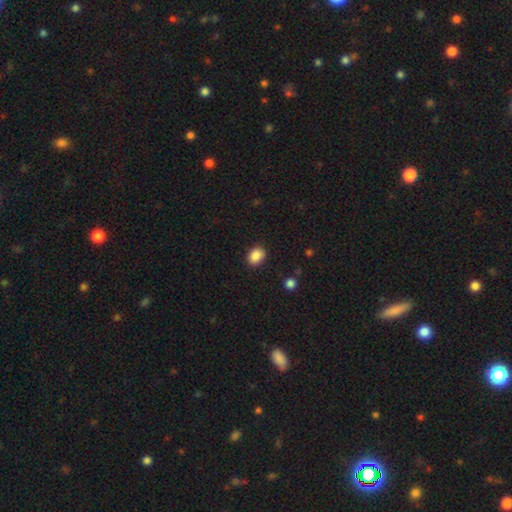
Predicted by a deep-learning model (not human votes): smooth_or_featured: smooth (p=0.88) [alt: star or artifact p=0.09]
how_rounded: in between (p=0.58) [alt: round p=0.42]
merging: none (p=0.88) [alt: minor disturbance p=0.08]